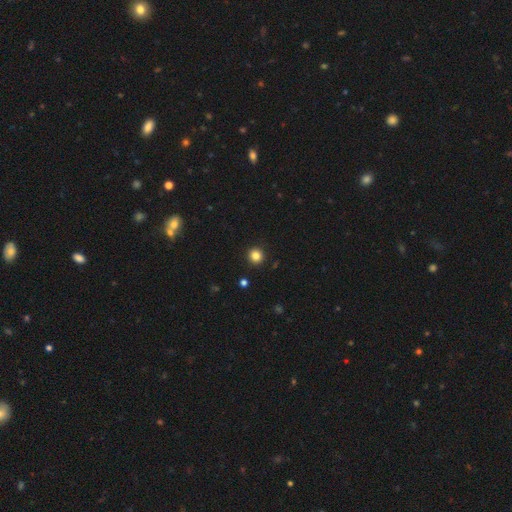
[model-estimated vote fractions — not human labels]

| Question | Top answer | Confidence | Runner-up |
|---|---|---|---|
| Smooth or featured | smooth | 84% | star or artifact (12%) |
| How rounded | round | 94% | in between (5%) |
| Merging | none | 93% | minor disturbance (4%) |